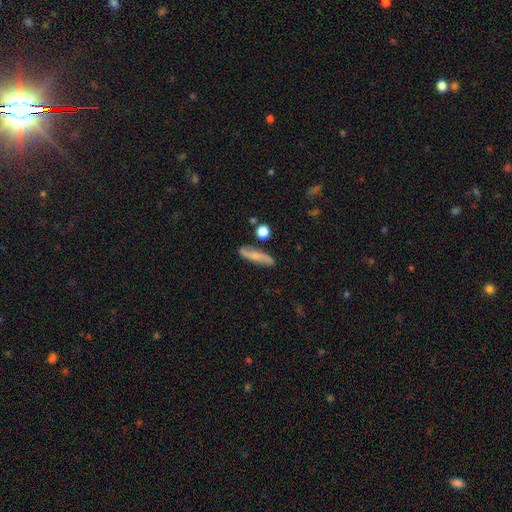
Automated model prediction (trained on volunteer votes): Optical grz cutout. It shows a smooth galaxy with no disk features (46%). Merging: none (76%).